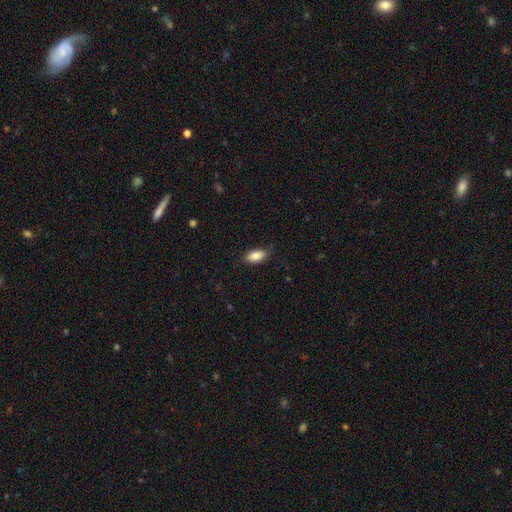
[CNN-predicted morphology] This appears to be a smooth galaxy with no disk features (87%) that is in between round and cigar-shaped (92%). Merging: none (82%).